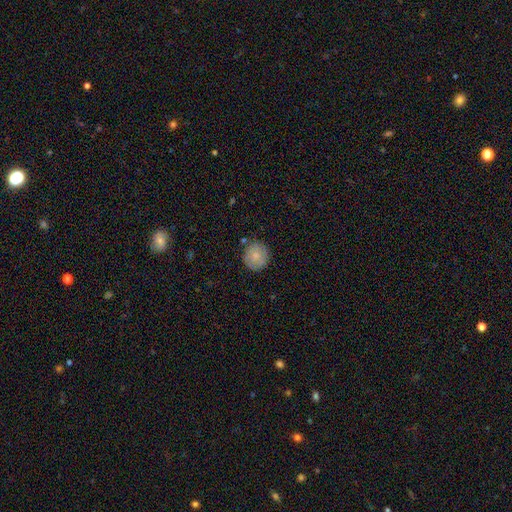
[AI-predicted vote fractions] smooth-or-featured: smooth: 77% | featured or disk: 16% | star or artifact: 7%
  how-rounded: round: 90% | in between: 9% | cigar-shaped: 1%
  merging: none: 81% | minor disturbance: 13% | major disturbance: 3% | merger: 3%